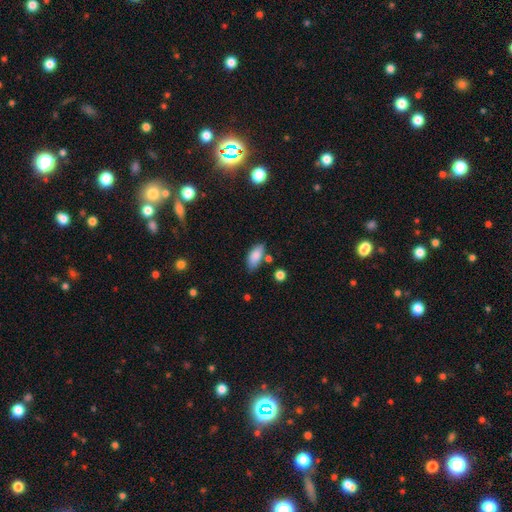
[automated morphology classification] Q: Smooth or featured?
A: smooth (85%); runner-up: star or artifact (8%)
Q: How rounded?
A: in between (88%); runner-up: cigar-shaped (8%)
Q: Merging?
A: none (71%); runner-up: minor disturbance (18%)